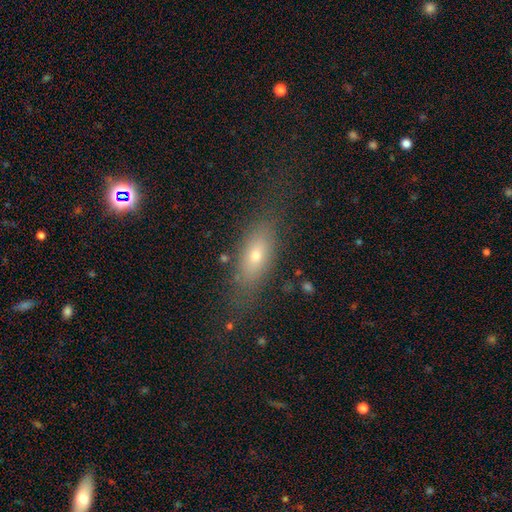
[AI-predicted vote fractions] Smooth or featured? smooth (65%)
How rounded? in between (68%)
Merging? none (72%)